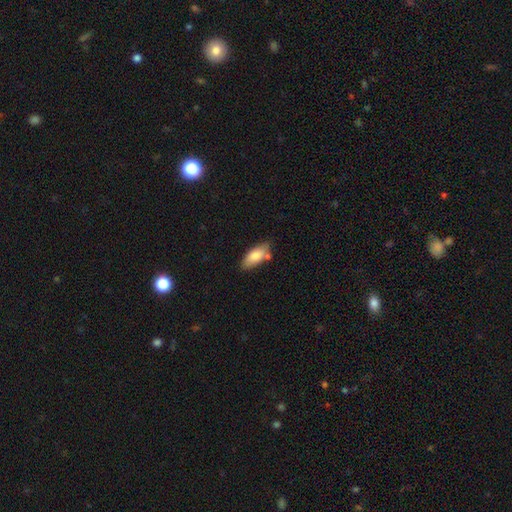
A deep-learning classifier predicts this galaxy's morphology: A smooth galaxy with no disk features (82%) that is in between round and cigar-shaped (84%). Merging: none (64%).